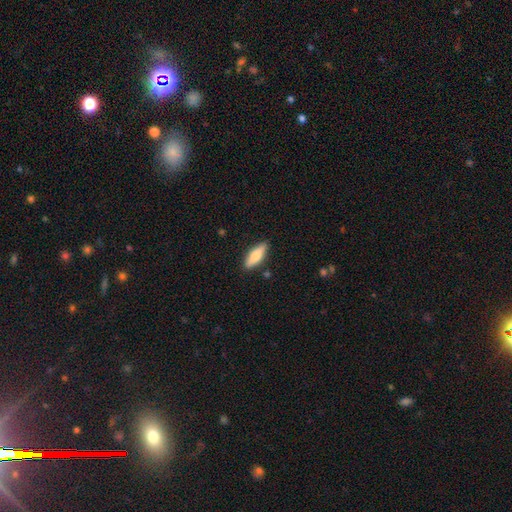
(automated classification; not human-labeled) Morphology: type=smooth (70%); roundness=in between (56%); merging=none (87%).